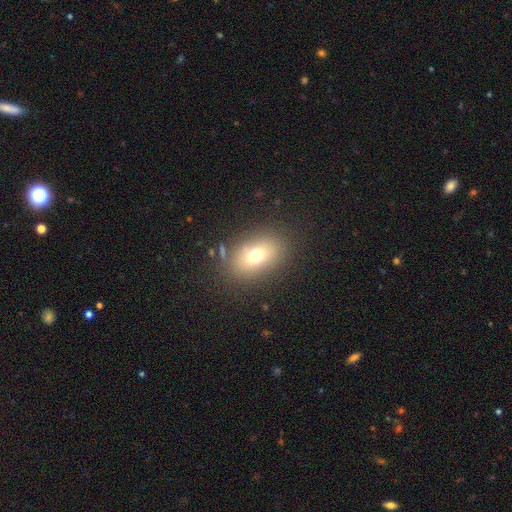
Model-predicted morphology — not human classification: The model was most divided on "smooth or featured": smooth: 71%, featured or disk: 16%, star or artifact: 13%. More confident: merging — none (82%); how rounded — in between (79%).